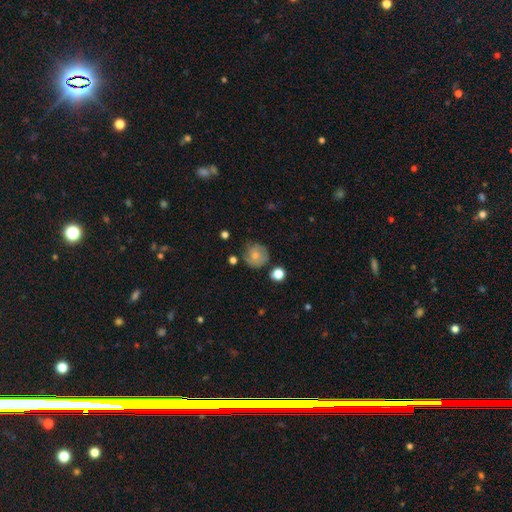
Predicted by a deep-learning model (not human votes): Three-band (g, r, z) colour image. It shows a smooth galaxy with no disk features (64%) that is round (88%). Merging: none (67%).